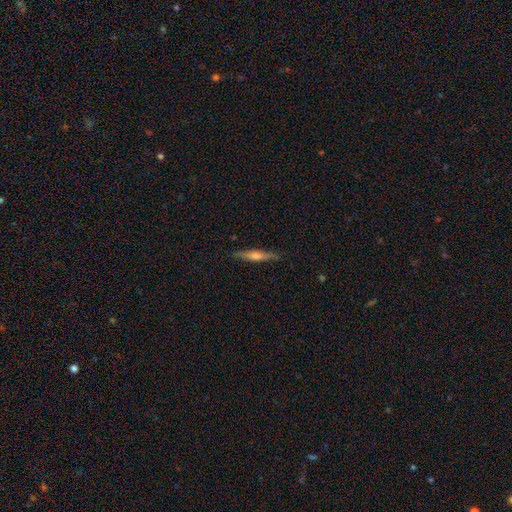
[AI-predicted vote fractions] smooth-or-featured: featured or disk: 62% | smooth: 32% | star or artifact: 6%
  disk-edge-on: yes: 97% | no: 3%
    edge-on-bulge: rounded: 76% | none: 12% | boxy: 12%
  merging: none: 89% | minor disturbance: 8% | major disturbance: 2% | merger: 1%